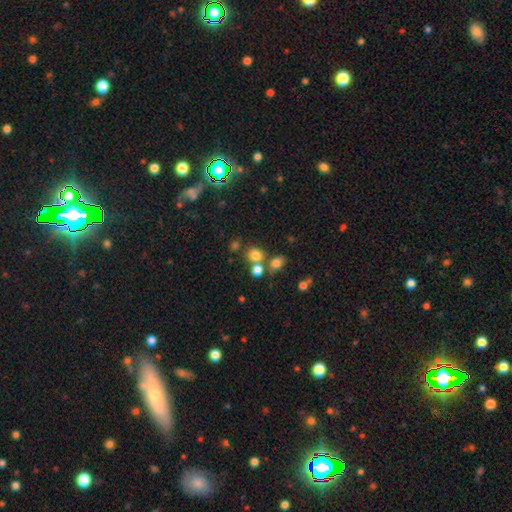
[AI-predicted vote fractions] Q: Smooth or featured?
A: smooth (75%); runner-up: star or artifact (17%)
Q: How rounded?
A: round (77%); runner-up: in between (21%)
Q: Merging?
A: none (59%); runner-up: merger (28%)